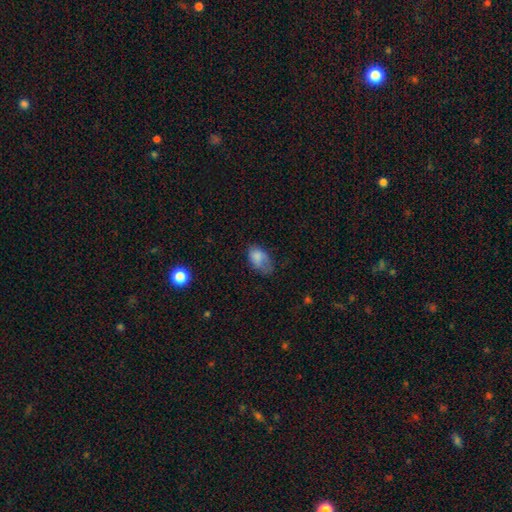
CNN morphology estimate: smooth 79%, featured or disk 12%, star or artifact 9%. Down the decision tree: how rounded — in between (89%); merging — none (42%).